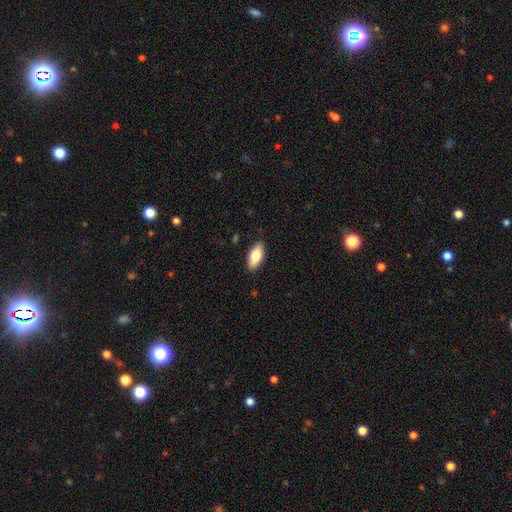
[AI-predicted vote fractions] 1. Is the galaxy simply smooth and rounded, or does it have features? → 75% smooth, 18% featured or disk, 6% star or artifact.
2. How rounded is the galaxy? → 86% in between, 12% cigar-shaped, 3% round.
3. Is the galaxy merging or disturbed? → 87% none, 10% minor disturbance, 2% major disturbance, 1% merger.